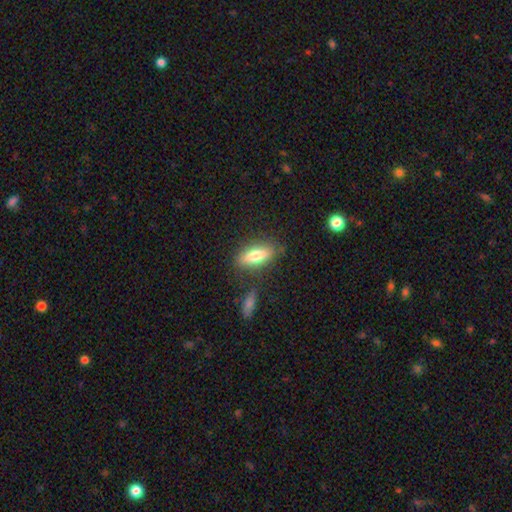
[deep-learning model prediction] smooth-or-featured: smooth: 73% | featured or disk: 20% | star or artifact: 7%
  how-rounded: in between: 72% | cigar-shaped: 25% | round: 3%
  merging: none: 77% | minor disturbance: 13% | merger: 6% | major disturbance: 4%